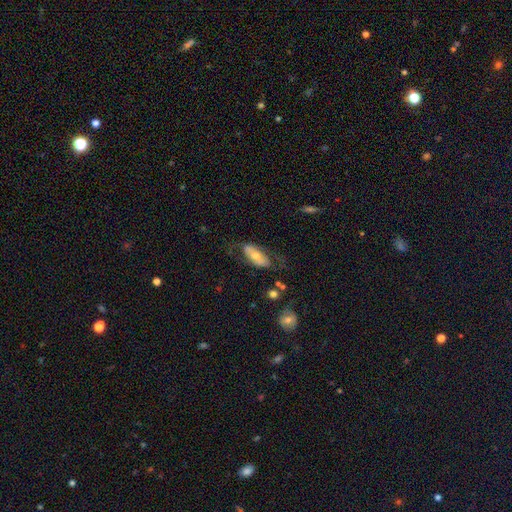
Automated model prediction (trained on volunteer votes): featured or disk 50%, smooth 43%, star or artifact 6%. Down the decision tree: edge-on disk — no (81%); merging — none (55%).